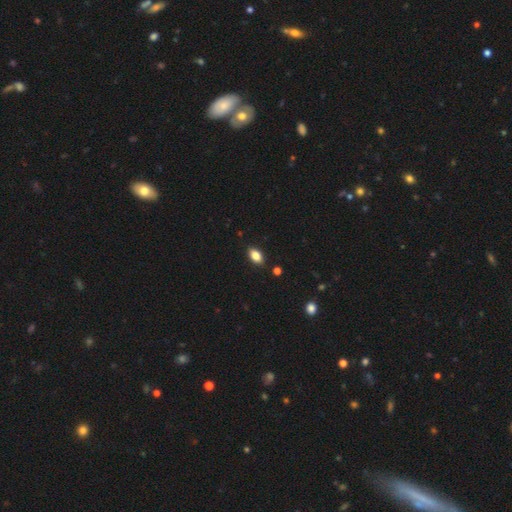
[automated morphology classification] smooth 84%, star or artifact 9%, featured or disk 8%. Down the decision tree: how rounded — in between (90%); merging — none (87%).